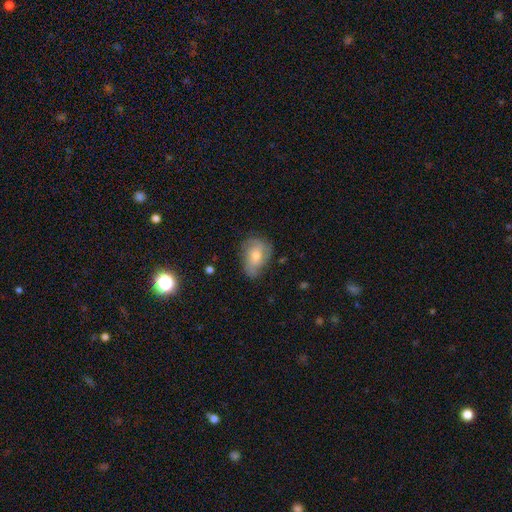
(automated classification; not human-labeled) featured or disk 55%, smooth 36%, star or artifact 9%. Down the decision tree: edge-on disk — no (95%); bar — no (74%); spiral arms — yes (82%); bulge size — moderate (59%); merging — none (61%).